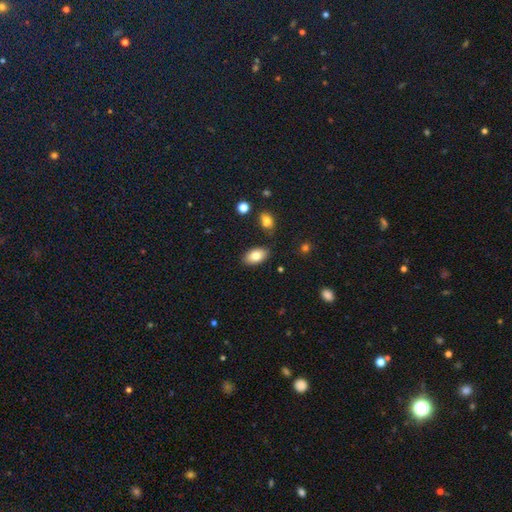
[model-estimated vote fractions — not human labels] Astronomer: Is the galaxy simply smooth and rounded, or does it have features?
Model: smooth — 79%.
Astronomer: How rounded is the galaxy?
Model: in between — 93%.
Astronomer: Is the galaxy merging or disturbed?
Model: none — 84%.